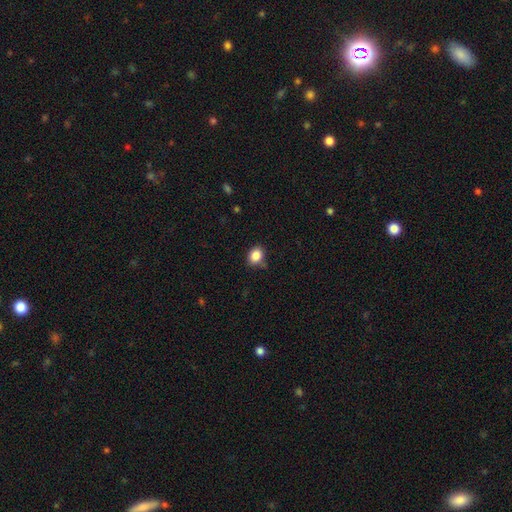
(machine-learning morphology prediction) Smooth or featured?
  - smooth: 86% *
  - star or artifact: 10%
  - featured or disk: 4%
How rounded?
  - in between: 50% *
  - round: 49%
  - cigar-shaped: 1%
Merging?
  - none: 76% *
  - minor disturbance: 18%
  - major disturbance: 4%
  - merger: 3%